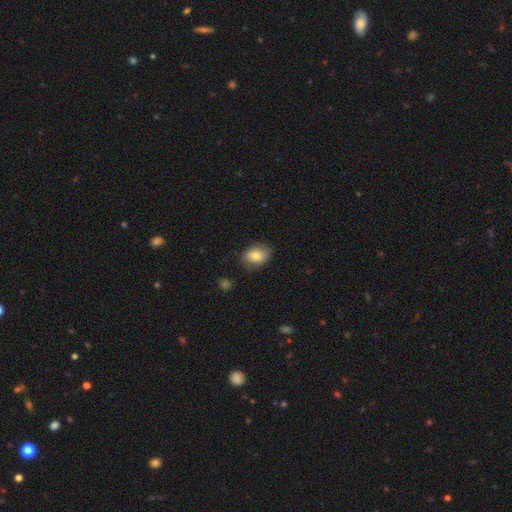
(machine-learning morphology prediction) Smooth or featured? Predicted: smooth (p=0.78). How rounded? Predicted: in between (p=0.70). Merging? Predicted: none (p=0.78).